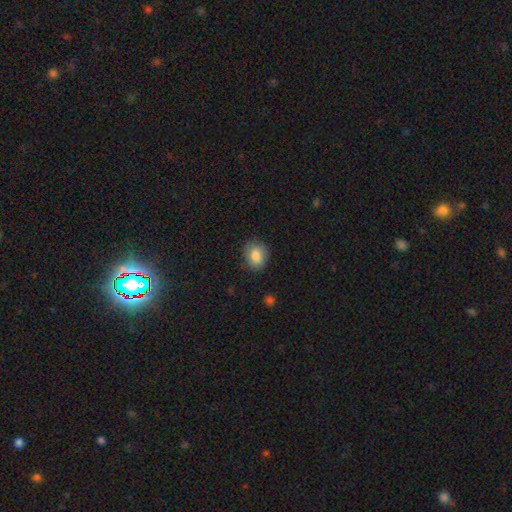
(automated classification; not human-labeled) Smooth or featured: smooth — 84% (star or artifact — 8%)
How rounded: in between — 53% (round — 46%)
Merging: none — 80% (minor disturbance — 15%)